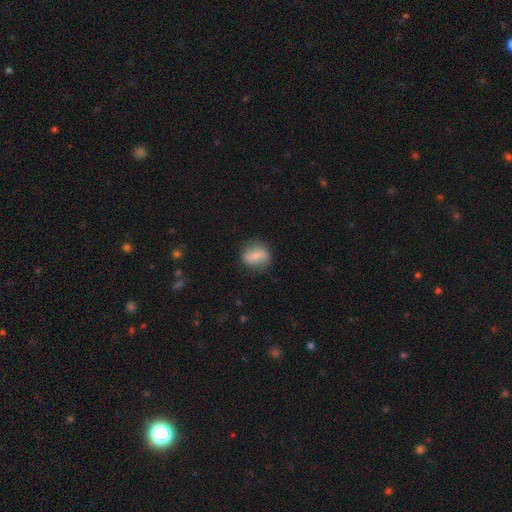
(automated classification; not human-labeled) Smooth or featured? Predicted: smooth (p=0.60). How rounded? Predicted: round (p=0.53). Merging? Predicted: none (p=0.73).